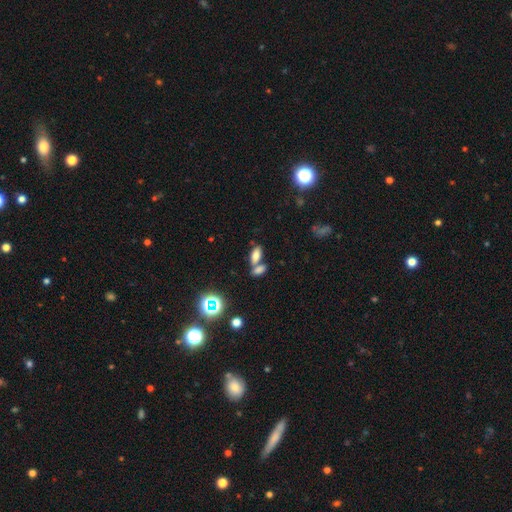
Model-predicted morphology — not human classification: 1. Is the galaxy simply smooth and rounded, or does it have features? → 71% smooth, 15% star or artifact, 14% featured or disk.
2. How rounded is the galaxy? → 84% in between, 10% cigar-shaped, 6% round.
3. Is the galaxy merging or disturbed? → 44% none (tied), 44% merger (tied), 8% minor disturbance, 4% major disturbance.